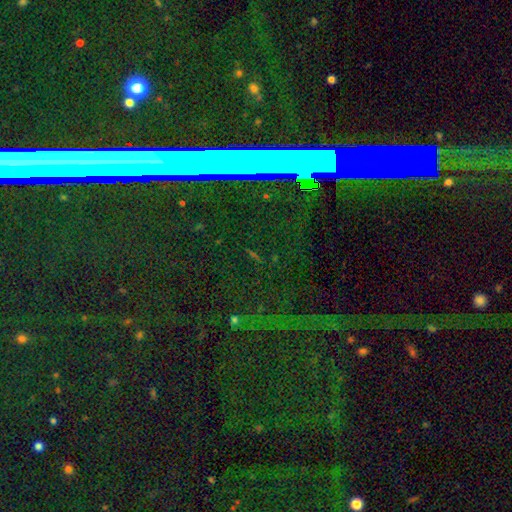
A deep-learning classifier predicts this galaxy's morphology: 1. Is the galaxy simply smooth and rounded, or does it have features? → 77% star or artifact, 13% featured or disk, 10% smooth.